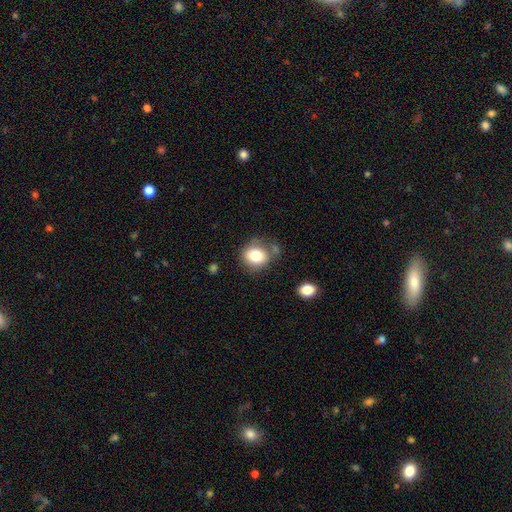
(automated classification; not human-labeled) This is likely a smooth galaxy (79%). How rounded: likely round (71%). Merging: likely none (66%).